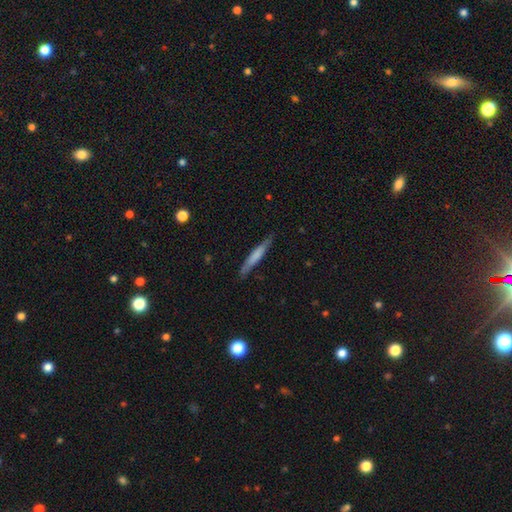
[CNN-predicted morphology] Smooth or featured: smooth — 60% (featured or disk — 35%)
How rounded: cigar-shaped — 94% (in between — 5%)
Merging: none — 84% (minor disturbance — 12%)